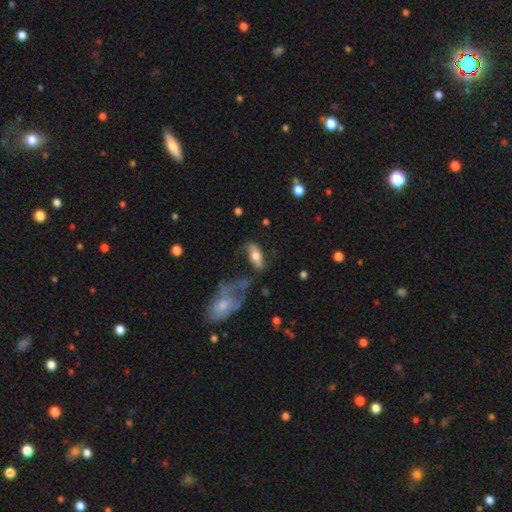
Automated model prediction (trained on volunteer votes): smooth-or-featured: smooth: 54% | featured or disk: 39% | star or artifact: 8%
  how-rounded: in between: 75% | cigar-shaped: 20% | round: 4%
  merging: none: 59% | minor disturbance: 21% | major disturbance: 11% | merger: 8%